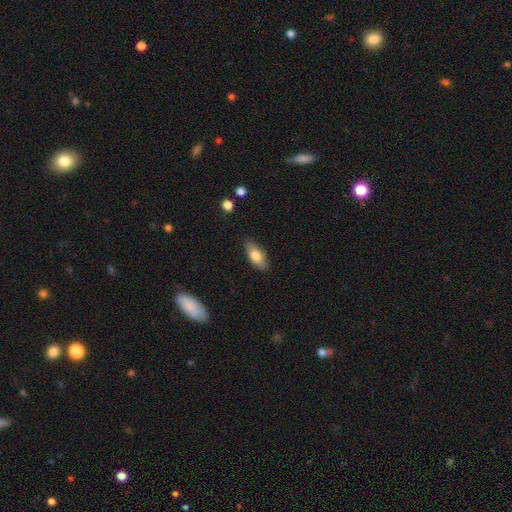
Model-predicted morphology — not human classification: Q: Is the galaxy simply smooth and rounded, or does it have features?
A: smooth — 76%.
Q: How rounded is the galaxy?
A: in between — 84%.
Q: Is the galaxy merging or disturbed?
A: none — 85%.